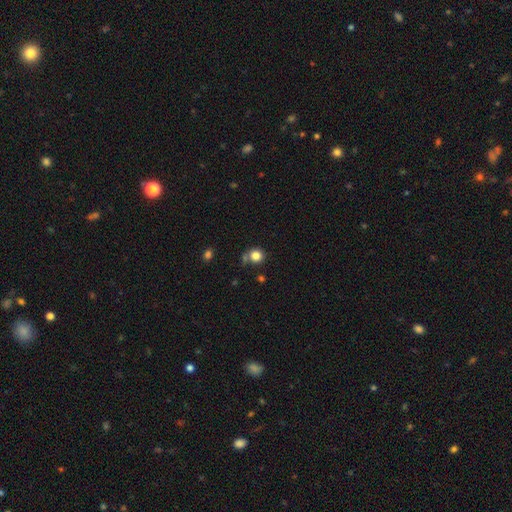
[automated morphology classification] The model was most divided on "merging": none: 66%, minor disturbance: 15%, merger: 13%, major disturbance: 6%. More confident: how rounded — round (87%); smooth or featured — smooth (82%).